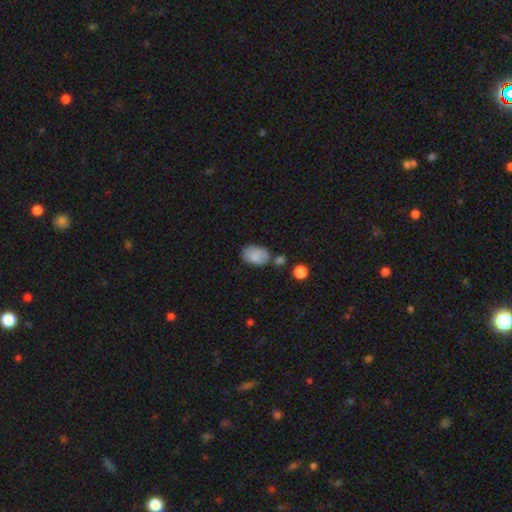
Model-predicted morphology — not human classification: Smooth or featured? Predicted: smooth (p=0.79). How rounded? Predicted: in between (p=0.88). Merging? Predicted: none (p=0.52).